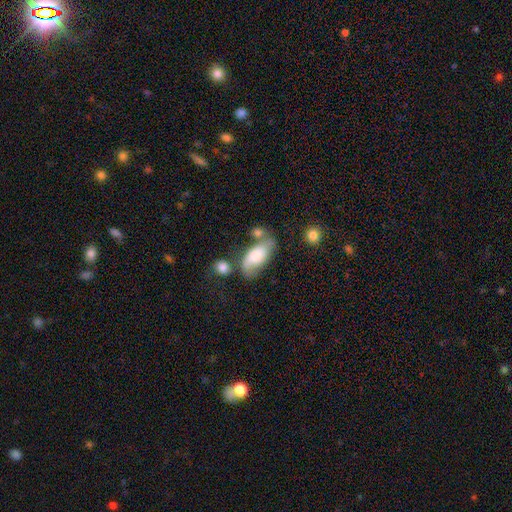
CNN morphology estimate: Smooth or featured? Predicted: smooth (p=0.64). How rounded? Predicted: in between (p=0.90). Merging? Predicted: none (p=0.43).